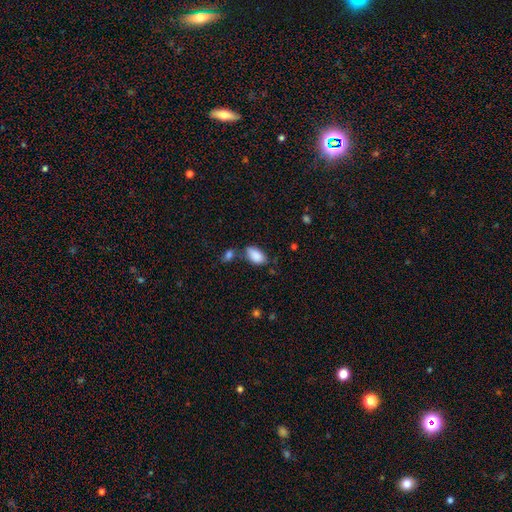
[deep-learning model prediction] Morphology: type=smooth (88%); roundness=in between (94%); merging=none (62%).